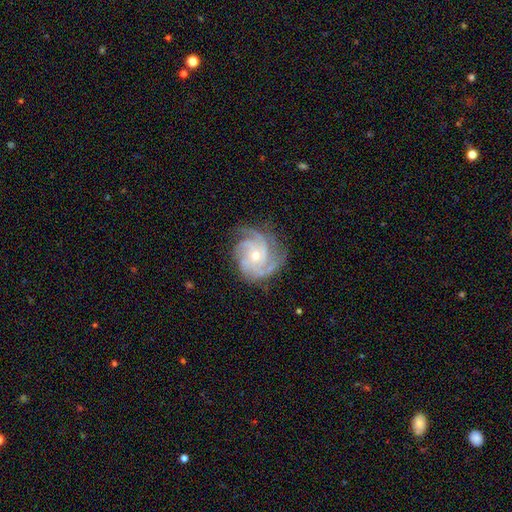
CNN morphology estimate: A featured or disk galaxy (90%) with no bar (72%), 3 (42%) tight (66%) spiral arms (98%) and a small central bulge (58%).

Vote fractions:
- Smooth or featured? featured or disk: 90% / star or artifact: 6% / smooth: 5%
- Edge-on disk? no: 98% / yes: 2%
- Bar? no: 72% / weak: 22% / strong: 6%
- Spiral arms? yes: 98% / no: 2%
- Spiral winding? tight: 66% / medium: 30% / loose: 4%
- Spiral arm count? 3: 42% / 4: 26% / can't tell: 11% / 2: 9% / more than 4: 6% / 1: 5%
- Bulge size? small: 58% / moderate: 39% / large: 1% / none: 1% / dominant: 1%
- Merging? none: 76% / minor disturbance: 17% / major disturbance: 6% / merger: 1%